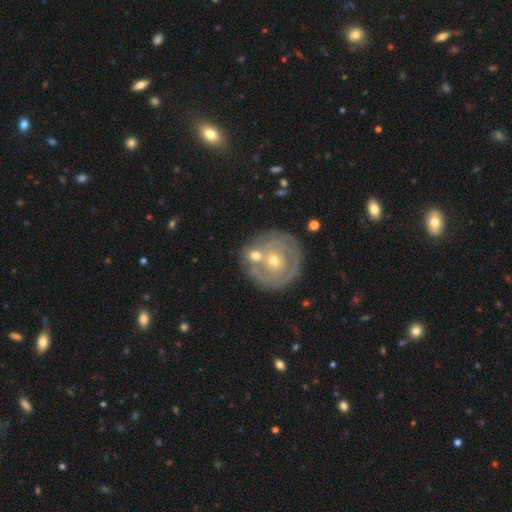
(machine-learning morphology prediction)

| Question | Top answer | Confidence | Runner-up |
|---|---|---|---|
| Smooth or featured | featured or disk | 65% | smooth (29%) |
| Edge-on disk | no | 97% | yes (3%) |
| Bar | no | 82% | weak (14%) |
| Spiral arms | yes | 58% | no (42%) |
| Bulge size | moderate | 48% | small (46%) |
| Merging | none | 49% | merger (32%) |